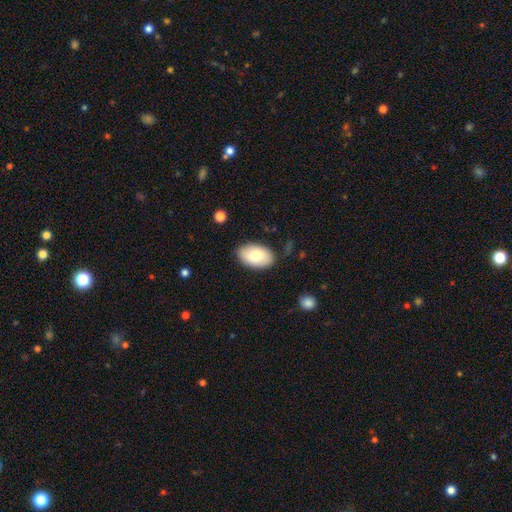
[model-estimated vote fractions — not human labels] The model was most divided on "smooth or featured": smooth: 77%, featured or disk: 17%, star or artifact: 6%. More confident: how rounded — in between (94%); merging — none (85%).